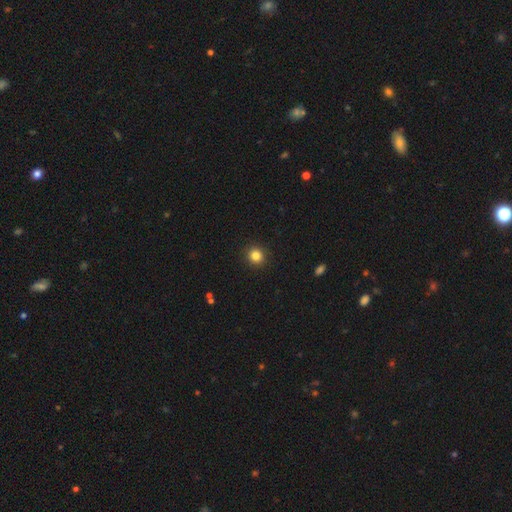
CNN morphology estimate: This appears to be a smooth galaxy with no disk features (84%) that is round (91%). Merging: none (92%).